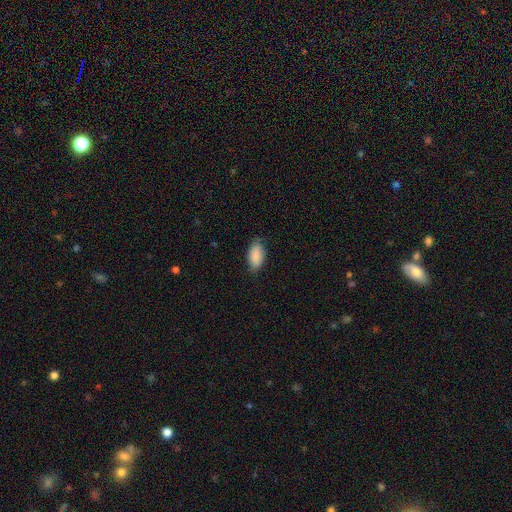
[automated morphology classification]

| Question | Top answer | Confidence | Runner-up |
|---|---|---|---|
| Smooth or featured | smooth | 89% | star or artifact (6%) |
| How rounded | in between | 93% | cigar-shaped (5%) |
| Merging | none | 77% | minor disturbance (19%) |